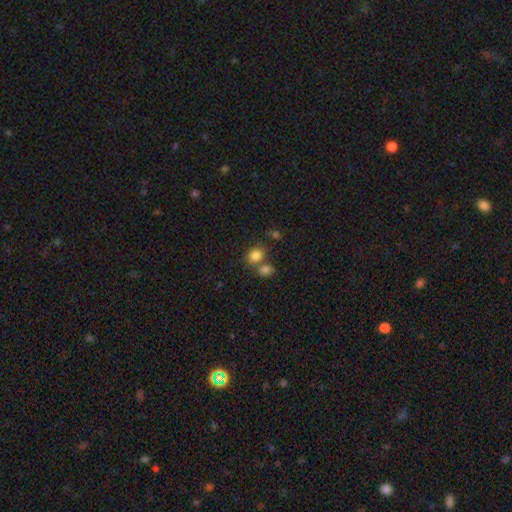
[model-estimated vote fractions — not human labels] Smooth or featured: smooth — 82% (star or artifact — 11%)
How rounded: round — 58% (in between — 41%)
Merging: none — 53% (merger — 32%)